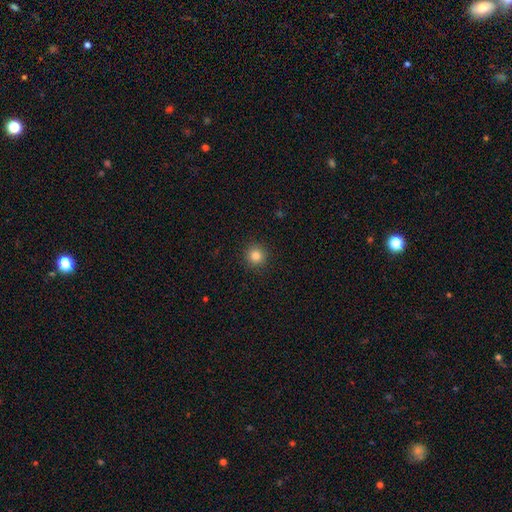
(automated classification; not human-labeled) A smooth galaxy with no disk features (83%) that is round (95%). Merging: none (92%).